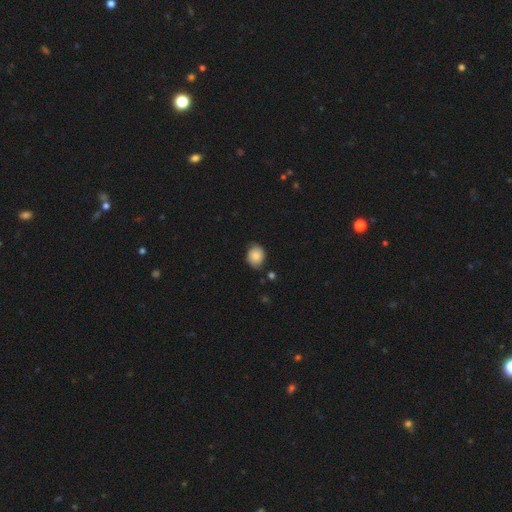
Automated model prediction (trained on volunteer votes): A smooth galaxy with no disk features (84%) that is round (51%). Merging: none (77%).